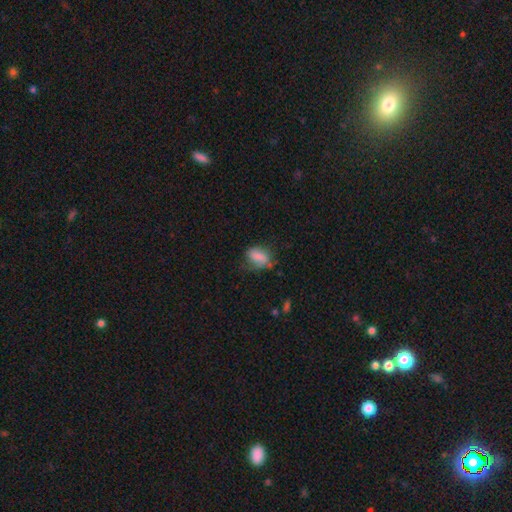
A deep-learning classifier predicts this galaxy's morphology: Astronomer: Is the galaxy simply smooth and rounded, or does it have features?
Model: smooth — 68%.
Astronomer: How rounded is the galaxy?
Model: in between — 80%.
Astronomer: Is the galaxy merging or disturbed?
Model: none — 42% (runner-up: minor disturbance, 34%).